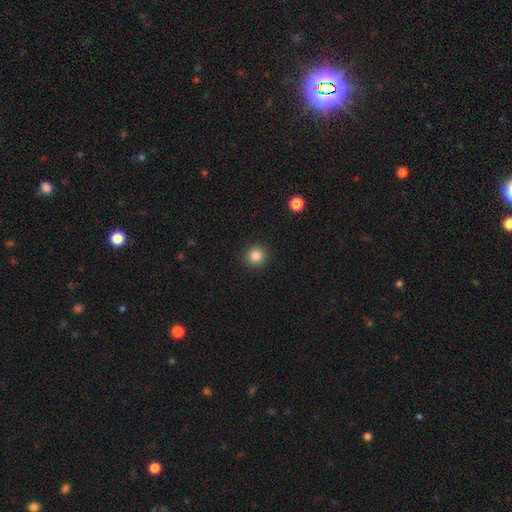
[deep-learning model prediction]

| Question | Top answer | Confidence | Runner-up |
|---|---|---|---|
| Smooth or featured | smooth | 84% | star or artifact (11%) |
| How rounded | round | 93% | in between (6%) |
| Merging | none | 92% | minor disturbance (5%) |